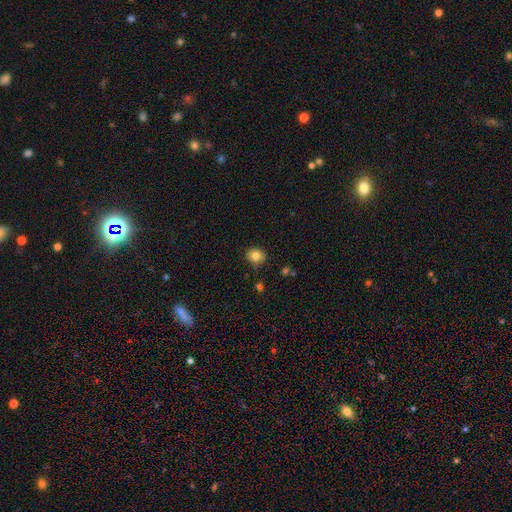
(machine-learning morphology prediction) The model was most divided on "how rounded": round: 78%, in between: 21%, cigar-shaped: 1%. More confident: merging — none (84%); smooth or featured — smooth (82%).